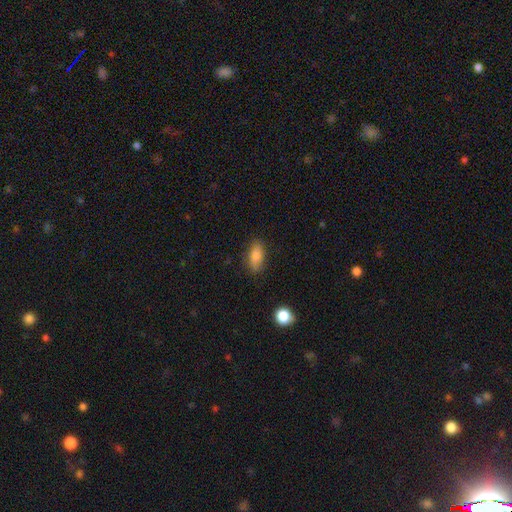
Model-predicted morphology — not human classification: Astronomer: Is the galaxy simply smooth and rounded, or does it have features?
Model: smooth — 82%.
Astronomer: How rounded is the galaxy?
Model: in between — 81%.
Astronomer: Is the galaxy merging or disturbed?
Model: none — 83%.